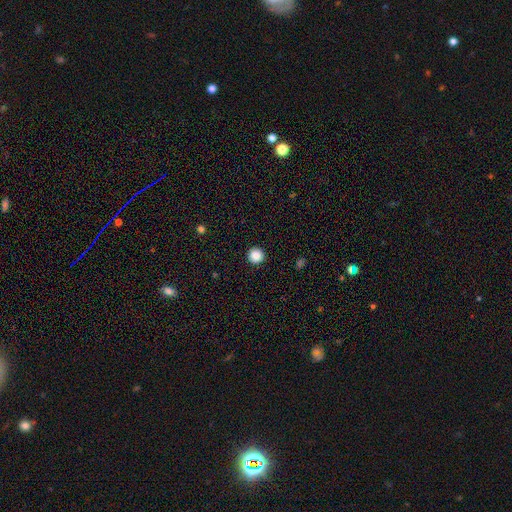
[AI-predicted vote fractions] Overall: smooth (87%). How rounded: round (96%). Merging: none (94%).